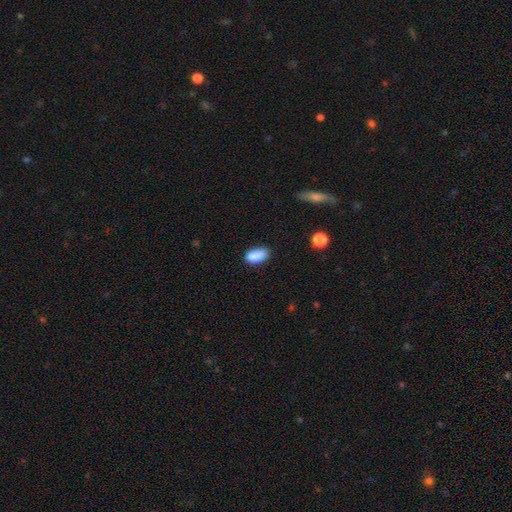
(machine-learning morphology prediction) smooth 89%, star or artifact 8%, featured or disk 3%. Down the decision tree: how rounded — in between (91%); merging — none (80%).